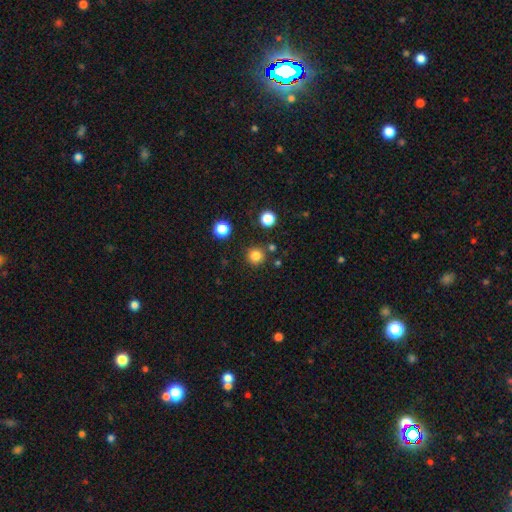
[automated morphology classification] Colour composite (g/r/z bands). It shows a smooth galaxy with no disk features (82%) that is round (95%). Merging: none (86%).